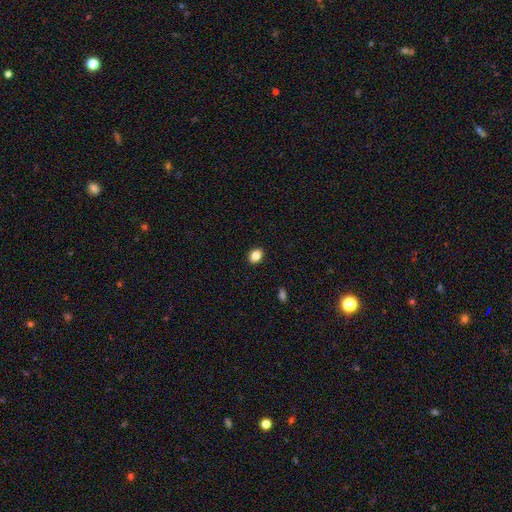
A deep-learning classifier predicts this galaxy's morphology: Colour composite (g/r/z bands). It shows a smooth galaxy with no disk features (85%) that is in between round and cigar-shaped (65%). Merging: none (90%).